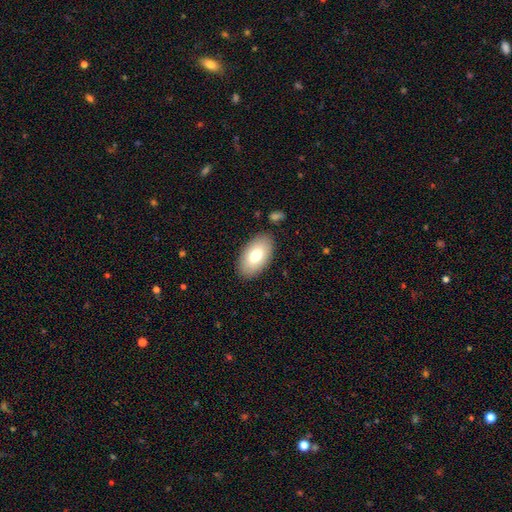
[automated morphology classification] Smooth or featured? smooth (75%)
How rounded? in between (95%)
Merging? none (87%)